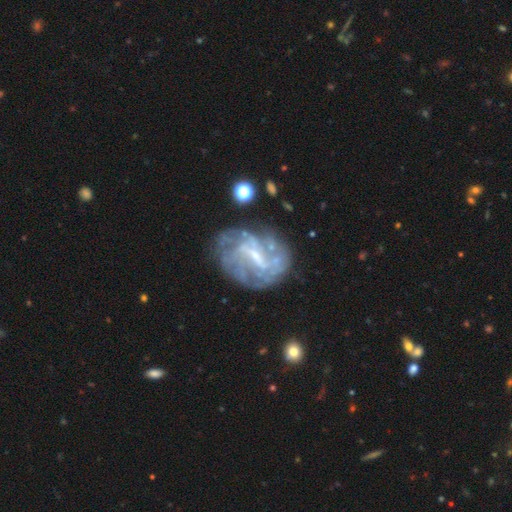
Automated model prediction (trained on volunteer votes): smooth-or-featured: featured or disk: 79% | smooth: 12% | star or artifact: 9%
  disk-edge-on: no: 97% | yes: 3%
    bar: weak: 50% | strong: 31% | no: 19%
    has-spiral-arms: yes: 72% | no: 28%
      spiral-winding: tight: 44% | medium: 35% | loose: 22%
      spiral-arm-count: can't tell: 54% | 2: 16% | 3: 11% | 4: 9% | more than 4: 5% | 1: 5%
    bulge-size: small: 55% | moderate: 22% | none: 21% | large: 2% | dominant: 1%
  merging: none: 60% | minor disturbance: 20% | major disturbance: 15% | merger: 5%